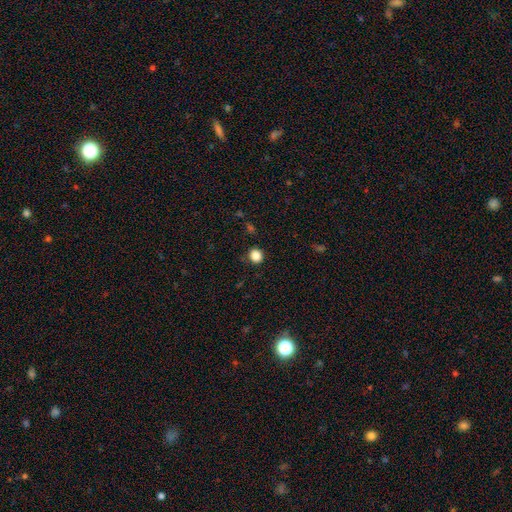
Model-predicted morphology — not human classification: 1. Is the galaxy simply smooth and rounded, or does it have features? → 86% smooth, 11% star or artifact, 4% featured or disk.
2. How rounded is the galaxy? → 79% round, 20% in between, 1% cigar-shaped.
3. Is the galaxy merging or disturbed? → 89% none, 7% minor disturbance, 2% major disturbance, 1% merger.